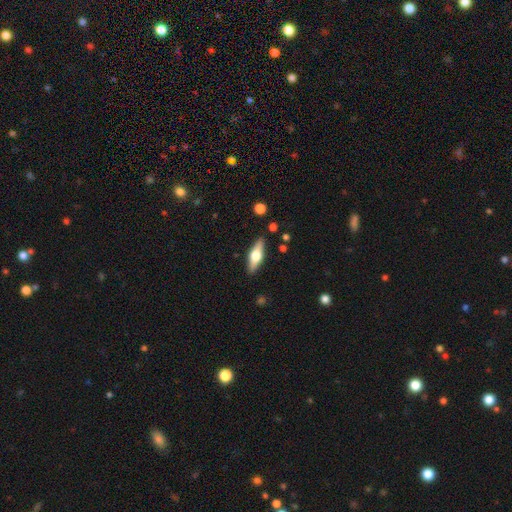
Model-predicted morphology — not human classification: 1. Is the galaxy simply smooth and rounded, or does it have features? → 54% featured or disk, 40% smooth, 6% star or artifact.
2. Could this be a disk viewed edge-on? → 92% yes, 8% no.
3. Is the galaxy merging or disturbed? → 88% none, 8% minor disturbance, 2% major disturbance, 2% merger.